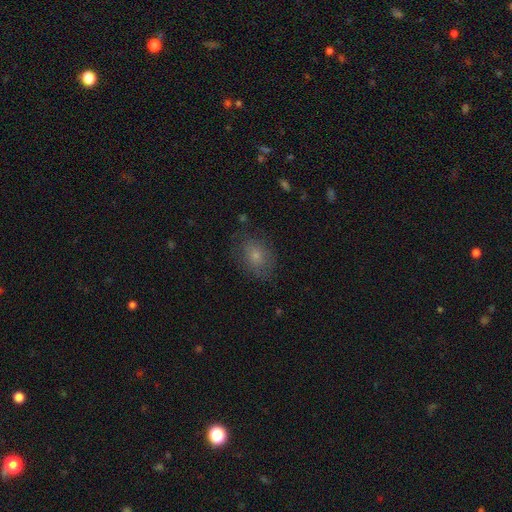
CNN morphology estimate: smooth 72%, featured or disk 18%, star or artifact 11%. Down the decision tree: how rounded — in between (63%); merging — none (73%).